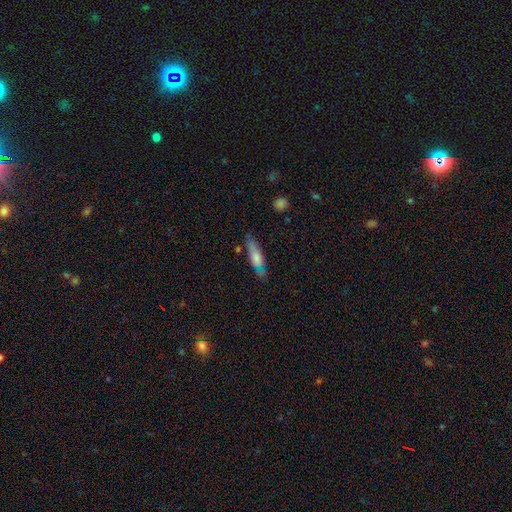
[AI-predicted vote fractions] A smooth galaxy with no disk features (54%) that is cigar-shaped (69%).

Vote fractions:
- Smooth or featured? smooth: 54% / featured or disk: 36% / star or artifact: 10%
- How rounded? cigar-shaped: 69% / in between: 28% / round: 3%
- Merging? none: 63% / minor disturbance: 23% / major disturbance: 7% / merger: 7%